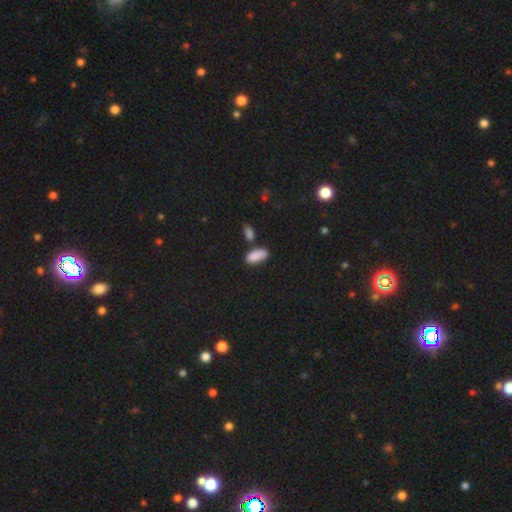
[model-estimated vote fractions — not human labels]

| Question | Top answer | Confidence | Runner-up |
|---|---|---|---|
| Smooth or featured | smooth | 86% | star or artifact (9%) |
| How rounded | in between | 88% | cigar-shaped (8%) |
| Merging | none | 59% | minor disturbance (18%) |